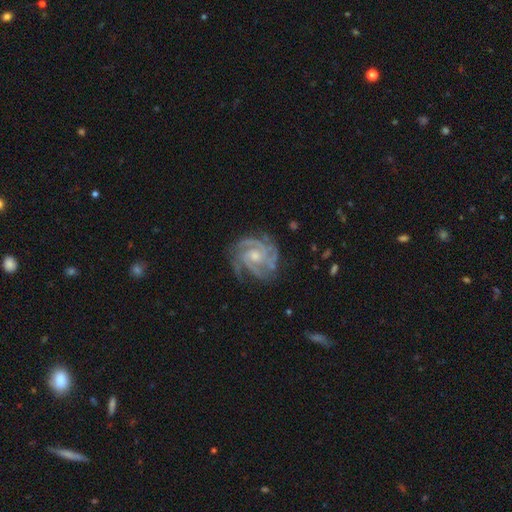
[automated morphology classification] Smooth or featured? featured or disk (91%)
Edge-on disk? no (98%)
Bar? no (66%)
Spiral arms? yes (98%)
Spiral winding? tight (67%)
Spiral arm count? 3 (45%)
Bulge size? moderate (54%)
Merging? none (73%)